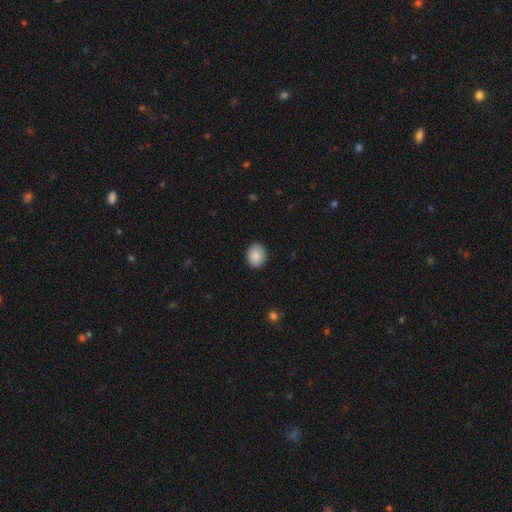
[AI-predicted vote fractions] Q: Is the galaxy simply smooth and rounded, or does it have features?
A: smooth — 89%.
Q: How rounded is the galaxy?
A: round — 60%.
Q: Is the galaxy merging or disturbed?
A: none — 89%.